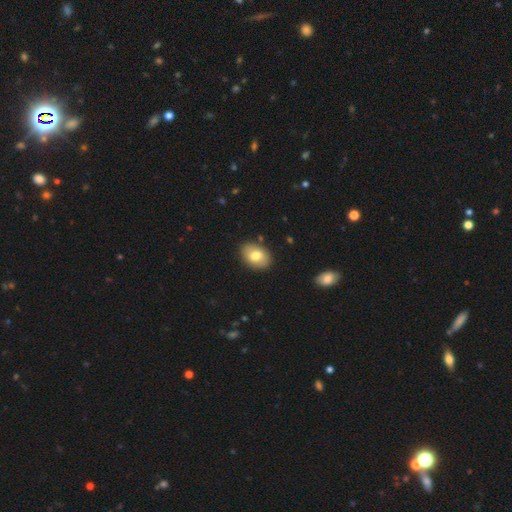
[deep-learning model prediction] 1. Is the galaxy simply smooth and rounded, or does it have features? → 77% smooth, 16% featured or disk, 7% star or artifact.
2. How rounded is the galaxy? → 77% in between, 22% round, 1% cigar-shaped.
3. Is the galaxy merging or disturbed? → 87% none, 10% minor disturbance, 2% major disturbance, 2% merger.